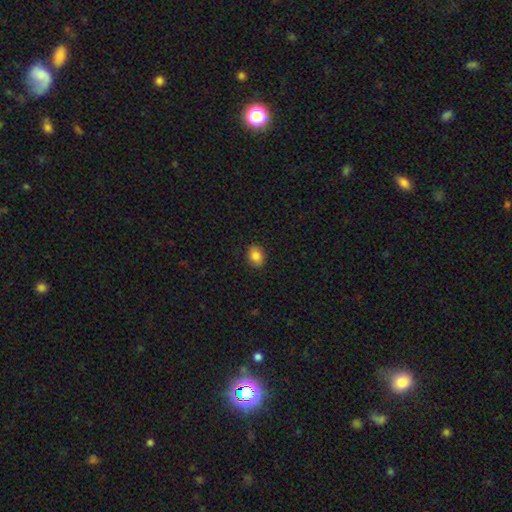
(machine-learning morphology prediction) smooth_or_featured: smooth (p=0.85) [alt: star or artifact p=0.09]
how_rounded: in between (p=0.66) [alt: round p=0.33]
merging: none (p=0.89) [alt: minor disturbance p=0.08]